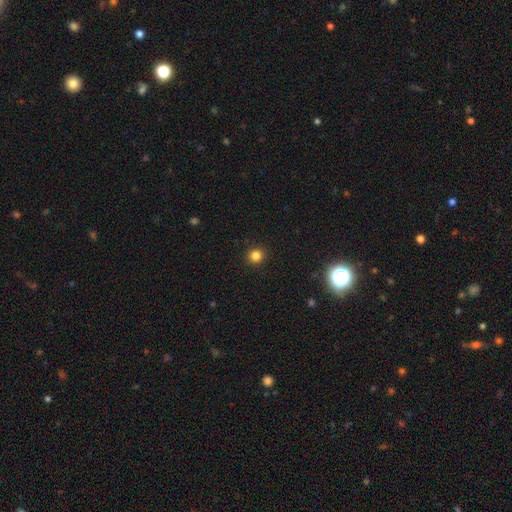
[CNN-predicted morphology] smooth 82%, star or artifact 13%, featured or disk 4%. Down the decision tree: how rounded — round (91%); merging — none (93%).